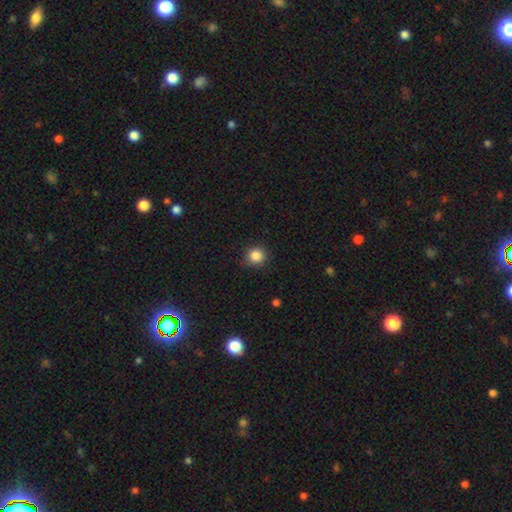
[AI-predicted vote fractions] This appears to be a smooth galaxy with no disk features (85%) that is round (92%). Merging: none (85%).